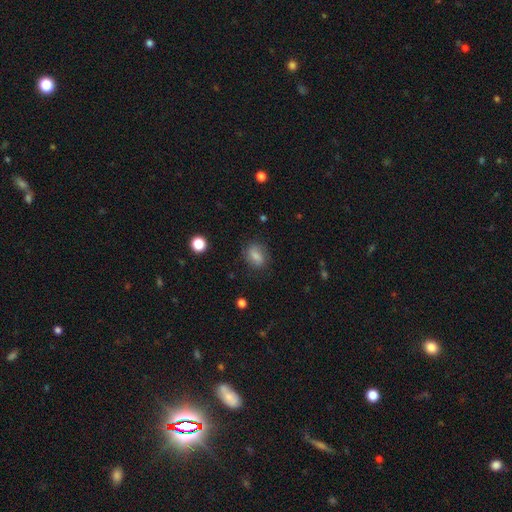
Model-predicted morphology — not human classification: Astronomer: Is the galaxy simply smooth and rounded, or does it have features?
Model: smooth — 77%.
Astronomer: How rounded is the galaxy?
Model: in between — 67%.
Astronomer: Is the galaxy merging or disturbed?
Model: none — 77%.